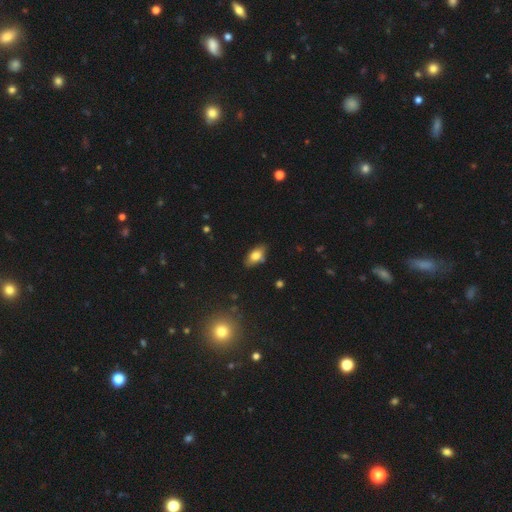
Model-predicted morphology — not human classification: type=smooth (76%); roundness=in between (89%); merging=none (75%).